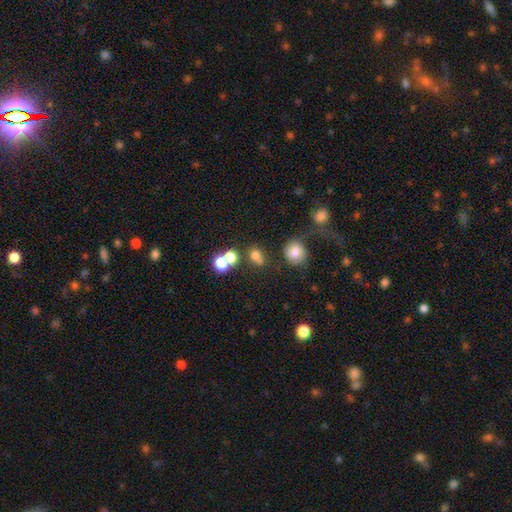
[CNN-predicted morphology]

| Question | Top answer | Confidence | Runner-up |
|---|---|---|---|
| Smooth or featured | smooth | 71% | star or artifact (19%) |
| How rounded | round | 73% | in between (25%) |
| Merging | none | 51% | merger (33%) |